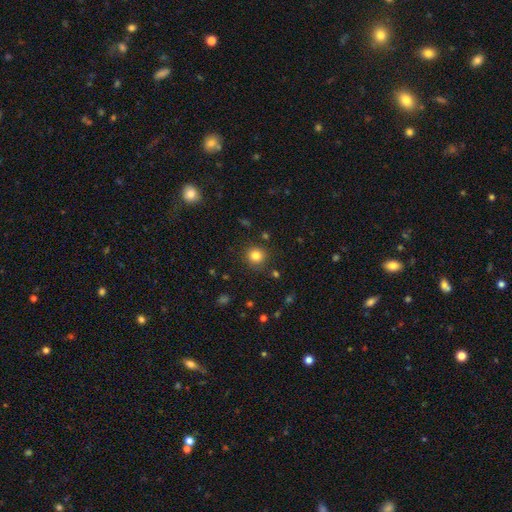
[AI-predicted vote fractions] A smooth galaxy with no disk features (82%) that is round (91%).

Vote fractions:
- Smooth or featured? smooth: 82% / star or artifact: 13% / featured or disk: 6%
- How rounded? round: 91% / in between: 8% / cigar-shaped: 1%
- Merging? none: 88% / minor disturbance: 7% / major disturbance: 3% / merger: 2%